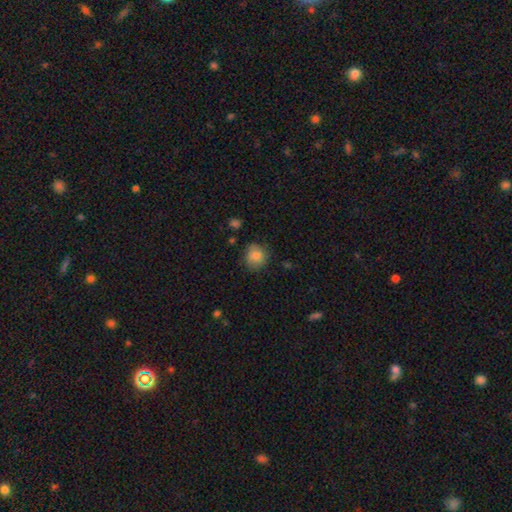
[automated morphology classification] smooth_or_featured: smooth (p=0.83) [alt: featured or disk p=0.09]
how_rounded: round (p=0.79) [alt: in between p=0.20]
merging: none (p=0.75) [alt: minor disturbance p=0.18]